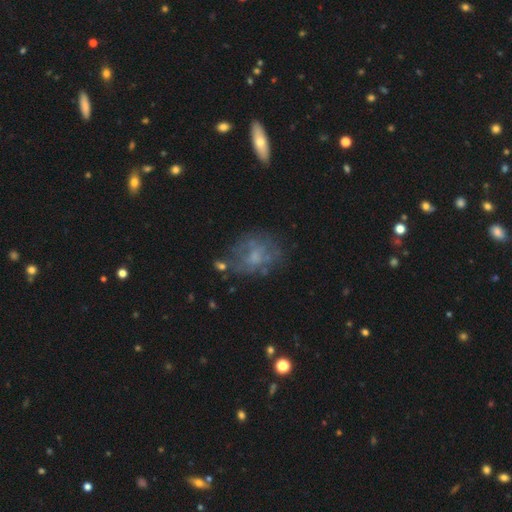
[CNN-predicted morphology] Smooth or featured: featured or disk — 49% (smooth — 37%)
Merging: none — 54% (minor disturbance — 21%)